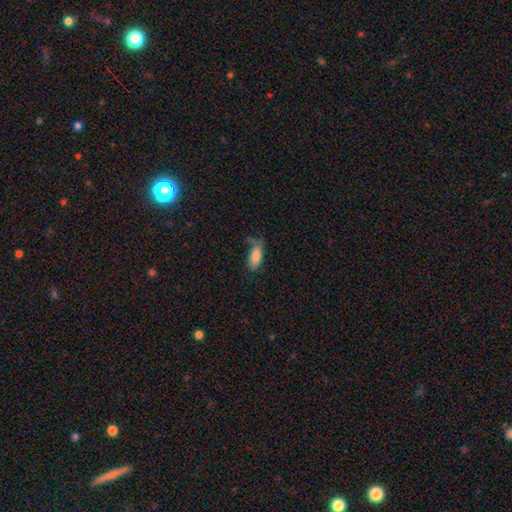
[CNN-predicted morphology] smooth_or_featured: smooth (p=0.81) [alt: featured or disk p=0.11]
how_rounded: in between (p=0.85) [alt: cigar-shaped p=0.12]
merging: none (p=0.48) [alt: minor disturbance p=0.30]